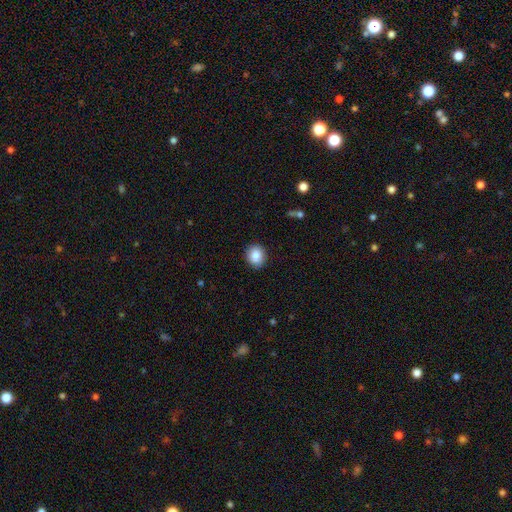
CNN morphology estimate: Smooth or featured? smooth (87%)
How rounded? round (75%)
Merging? none (90%)